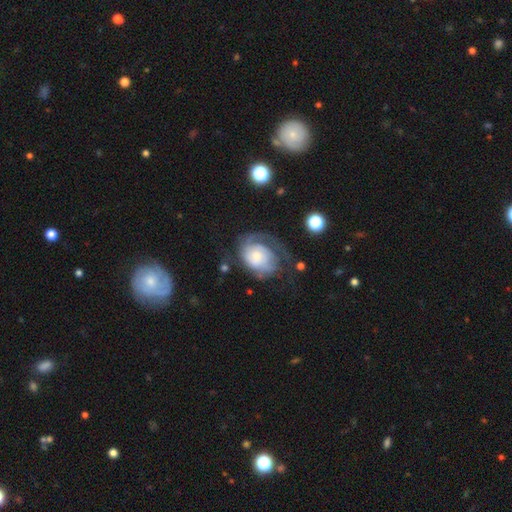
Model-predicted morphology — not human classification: Q: Smooth or featured?
A: featured or disk (69%); runner-up: smooth (24%)
Q: Edge-on disk?
A: no (97%); runner-up: yes (3%)
Q: Bar?
A: no (75%); runner-up: weak (22%)
Q: Spiral arms?
A: yes (84%); runner-up: no (16%)
Q: Spiral winding?
A: tight (48%); runner-up: medium (33%)
Q: Spiral arm count?
A: can't tell (30%); tied with: 2 (30%)
Q: Bulge size?
A: small (51%); runner-up: moderate (37%)
Q: Merging?
A: none (41%); runner-up: major disturbance (34%)